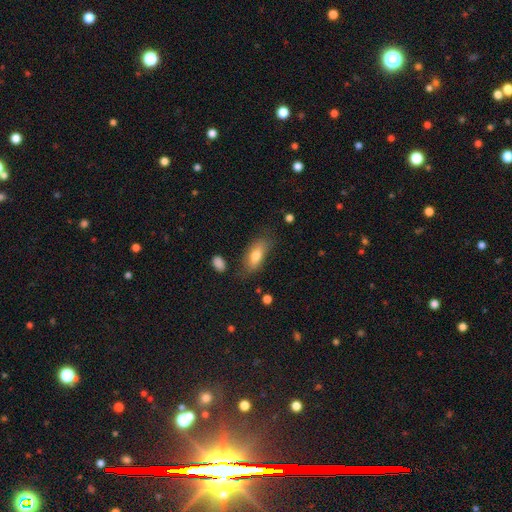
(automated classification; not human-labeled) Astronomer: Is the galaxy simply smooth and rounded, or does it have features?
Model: smooth — 75%.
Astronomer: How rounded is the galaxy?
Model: in between — 79%.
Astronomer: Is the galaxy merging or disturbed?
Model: none — 68%.